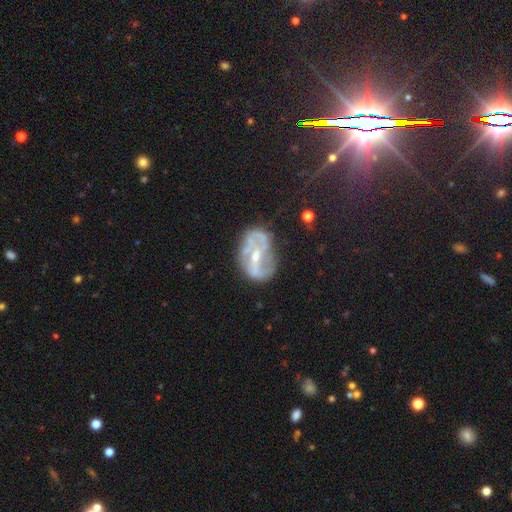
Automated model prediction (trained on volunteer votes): Smooth or featured? Predicted: featured or disk (p=0.79). Edge-on disk? Predicted: no (p=0.96). Bar? Predicted: weak (p=0.39). Spiral arms? Predicted: yes (p=0.79). Spiral winding? Predicted: medium (p=0.40). Spiral arm count? Predicted: 2 (p=0.59). Bulge size? Predicted: small (p=0.54). Merging? Predicted: none (p=0.55).